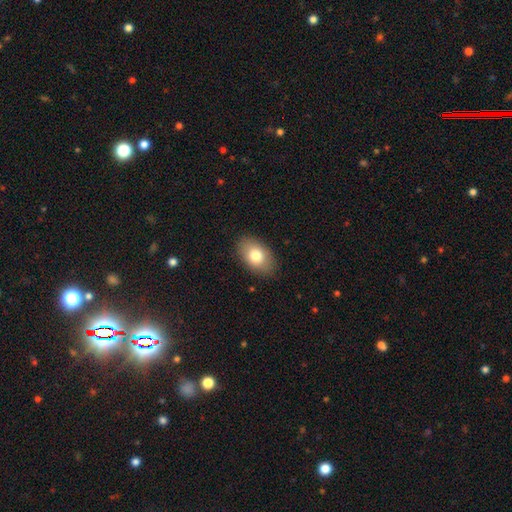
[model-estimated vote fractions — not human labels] This appears to be a smooth galaxy with no disk features (78%) that is in between round and cigar-shaped (90%). Merging: none (87%).